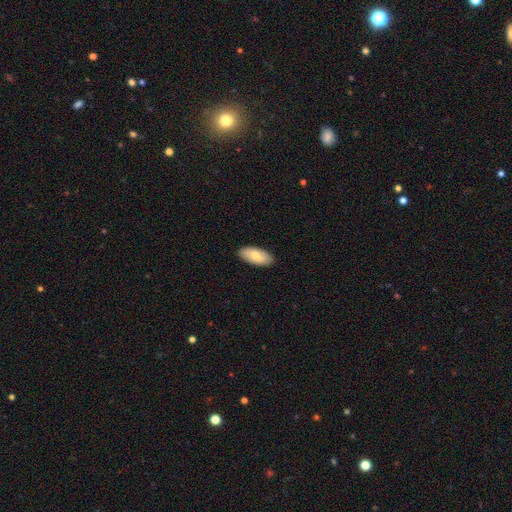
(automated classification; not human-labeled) Morphology: type=smooth (77%); roundness=in between (91%); merging=none (90%).